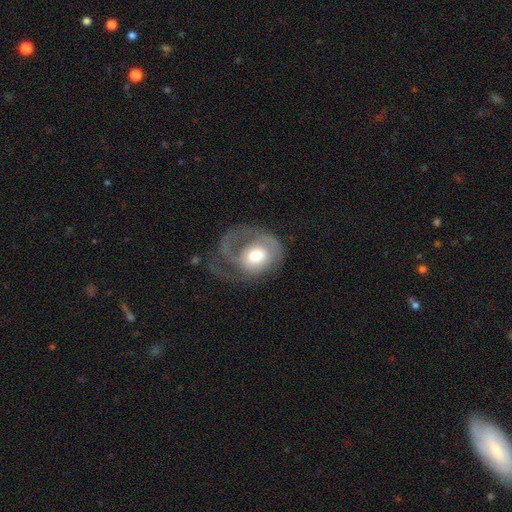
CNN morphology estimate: Smooth or featured? featured or disk (58%)
Edge-on disk? no (97%)
Bar? no (69%)
Spiral arms? yes (70%)
Bulge size? moderate (54%)
Merging? major disturbance (51%)